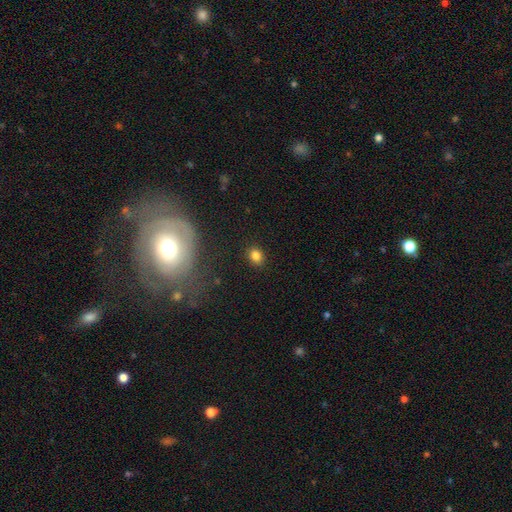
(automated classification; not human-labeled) Q: Smooth or featured?
A: smooth (82%); runner-up: star or artifact (12%)
Q: How rounded?
A: round (55%); runner-up: in between (43%)
Q: Merging?
A: none (88%); runner-up: minor disturbance (8%)